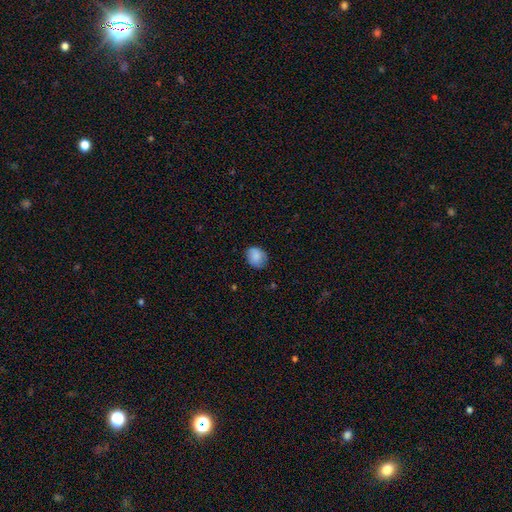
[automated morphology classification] Smooth or featured?
  - smooth: 84% *
  - featured or disk: 8%
  - star or artifact: 8%
How rounded?
  - round: 57% *
  - in between: 43%
  - cigar-shaped: 1%
Merging?
  - none: 75% *
  - minor disturbance: 20%
  - major disturbance: 4%
  - merger: 1%